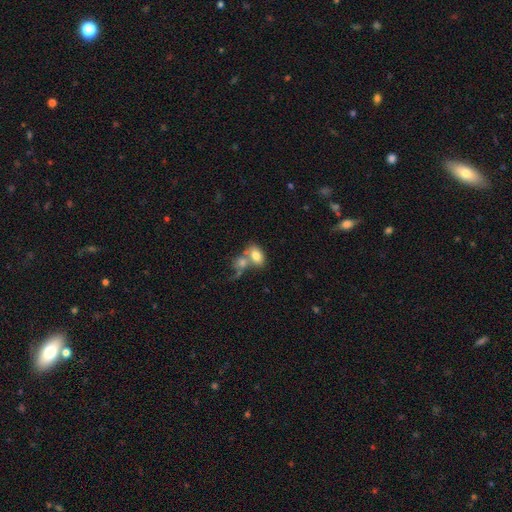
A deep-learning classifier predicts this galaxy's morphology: smooth-or-featured: smooth: 77% | featured or disk: 14% | star or artifact: 8%
  how-rounded: in between: 85% | round: 14% | cigar-shaped: 2%
  merging: merger: 54% | none: 30% | minor disturbance: 10% | major disturbance: 7%